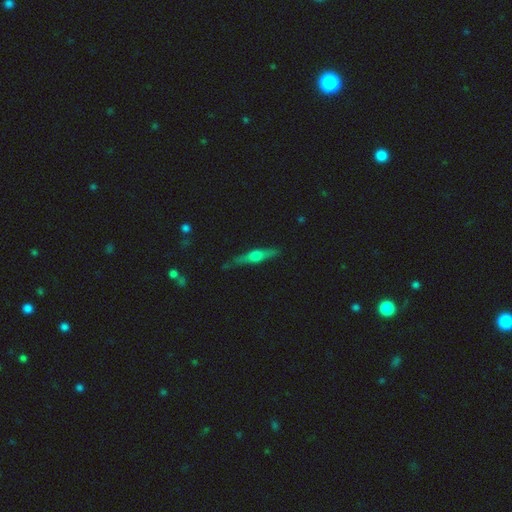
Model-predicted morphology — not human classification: This is possibly a featured or disk galaxy (58%). It is clearly viewed edge-on (94%). Edge-on bulge: clearly rounded (83%). Merging: likely none (80%).